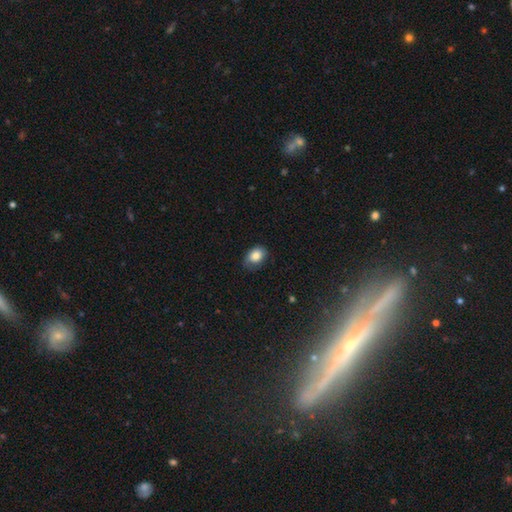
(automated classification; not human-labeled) This appears to be a smooth galaxy with no disk features (81%) that is in between round and cigar-shaped (77%). Merging: none (69%).